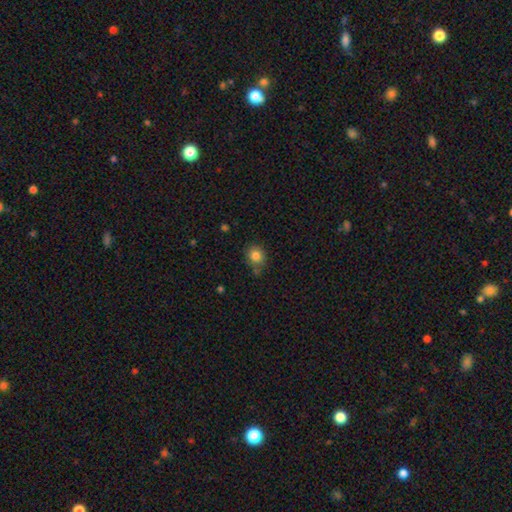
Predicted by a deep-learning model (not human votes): smooth_or_featured: smooth (p=0.83) [alt: star or artifact p=0.11]
how_rounded: round (p=0.74) [alt: in between p=0.25]
merging: none (p=0.71) [alt: minor disturbance p=0.19]